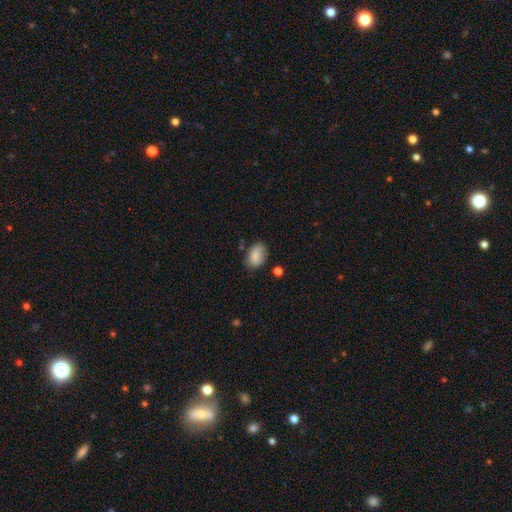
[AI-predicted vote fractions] smooth 86%, star or artifact 8%, featured or disk 6%. Down the decision tree: how rounded — in between (86%); merging — none (70%).